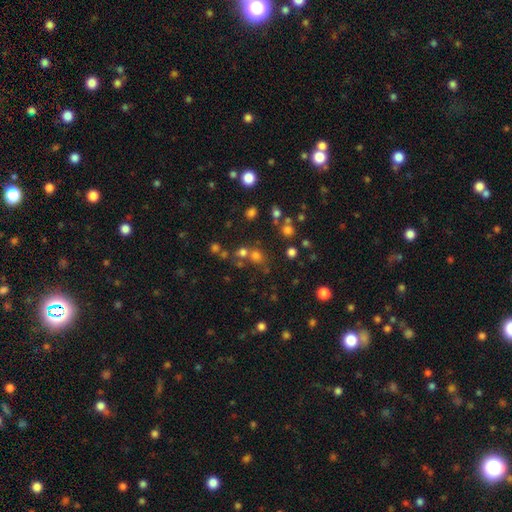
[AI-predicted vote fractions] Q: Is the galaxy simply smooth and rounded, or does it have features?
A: smooth — 63%.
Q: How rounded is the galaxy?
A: round — 83%.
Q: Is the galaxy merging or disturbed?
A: none — 62%.